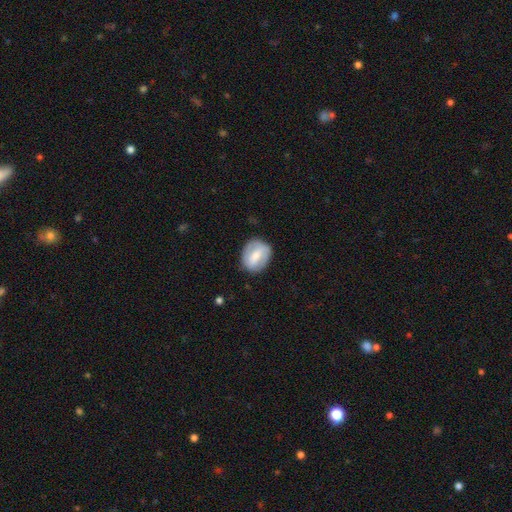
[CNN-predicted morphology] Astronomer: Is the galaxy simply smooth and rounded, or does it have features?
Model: smooth — 51% (runner-up: featured or disk, 42%).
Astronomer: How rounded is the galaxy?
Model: in between — 51% (runner-up: round, 47%).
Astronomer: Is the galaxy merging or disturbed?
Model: none — 79%.